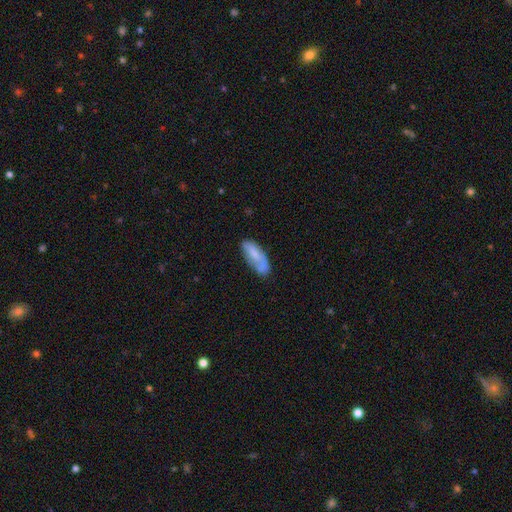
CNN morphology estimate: type=smooth (64%); roundness=in between (71%); merging=none (55%).